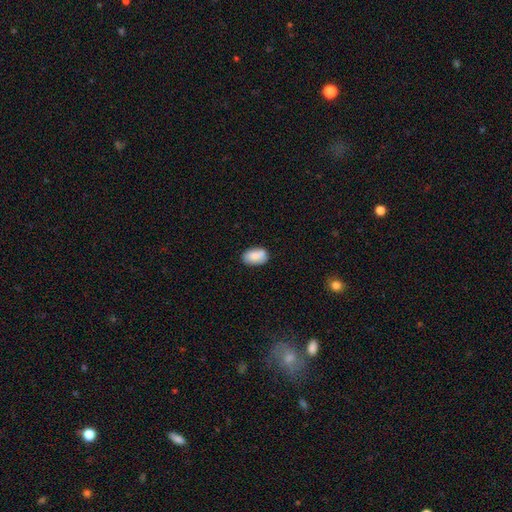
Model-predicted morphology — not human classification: smooth_or_featured: smooth (p=0.85) [alt: featured or disk p=0.08]
how_rounded: in between (p=0.91) [alt: round p=0.08]
merging: none (p=0.71) [alt: minor disturbance p=0.20]